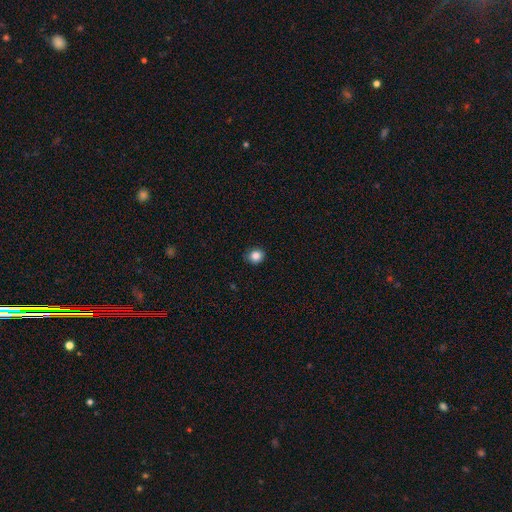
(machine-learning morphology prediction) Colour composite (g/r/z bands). It shows a smooth galaxy with no disk features (85%) that is round (77%). Merging: none (87%).